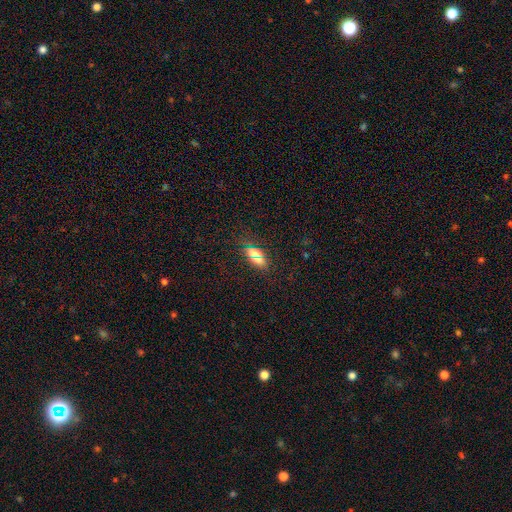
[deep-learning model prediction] This is likely a smooth galaxy (66%). How rounded: likely in between (77%). Merging: clearly none (83%).